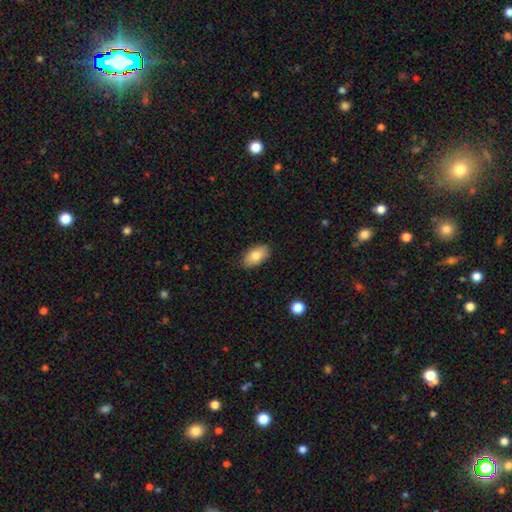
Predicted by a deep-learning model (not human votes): Smooth or featured?
  - smooth: 80% *
  - featured or disk: 12%
  - star or artifact: 7%
How rounded?
  - in between: 93% *
  - round: 5%
  - cigar-shaped: 2%
Merging?
  - none: 85% *
  - minor disturbance: 12%
  - major disturbance: 2%
  - merger: 1%